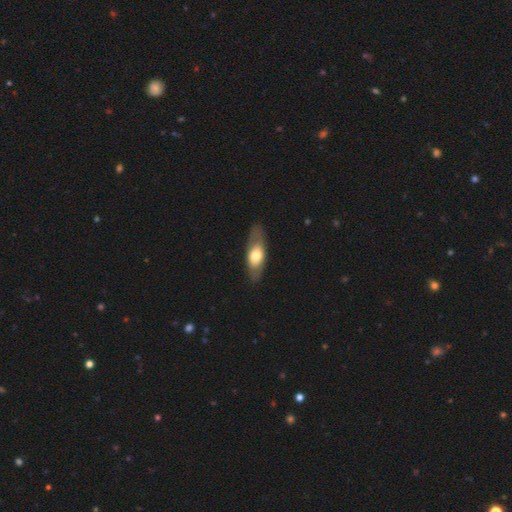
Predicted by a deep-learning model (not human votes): A smooth galaxy with no disk features (55%) that is in between round and cigar-shaped (72%). Merging: none (81%).